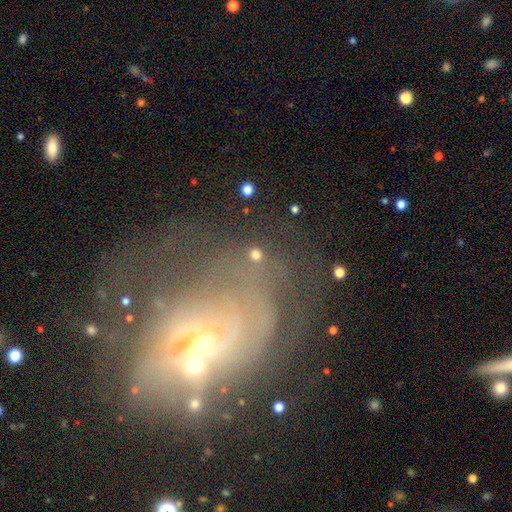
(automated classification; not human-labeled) Overall: featured or disk (57%; smooth 22%). Edge-on disk: no (94%). Bar: no (49%; weak 30%). Spiral arms: yes (81%). Bulge size: small (49%; moderate 36%). Merging: none (67%).